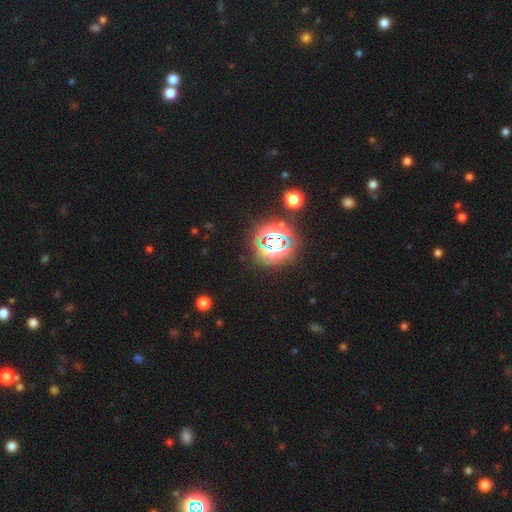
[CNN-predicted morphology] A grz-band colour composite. It shows a star or artifact, not a galaxy (80%).